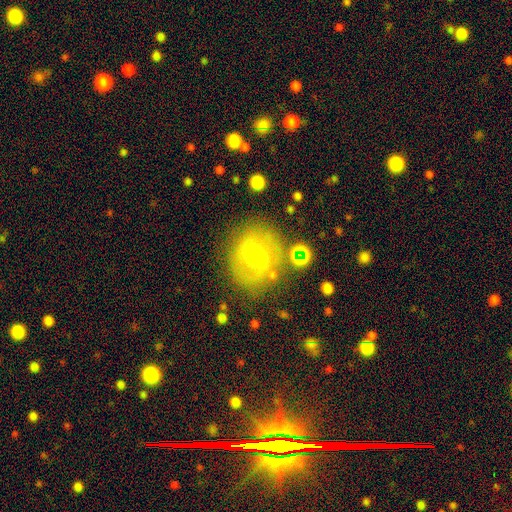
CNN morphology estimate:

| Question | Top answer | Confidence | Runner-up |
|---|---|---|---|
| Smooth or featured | featured or disk | 52% | smooth (37%) |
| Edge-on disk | no | 95% | yes (5%) |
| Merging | none | 72% | minor disturbance (16%) |